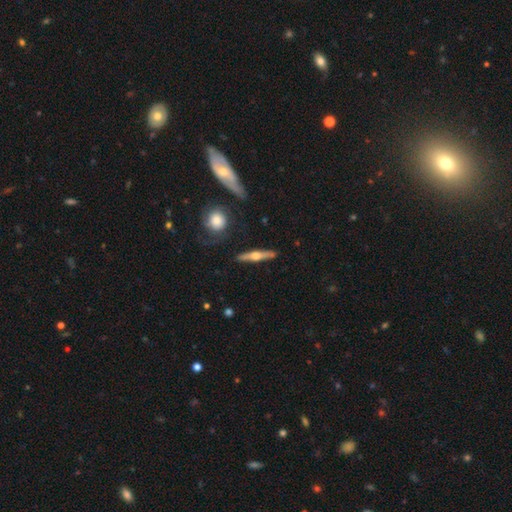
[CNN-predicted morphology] Smooth or featured? featured or disk (70%)
Edge-on disk? yes (96%)
Edge-on bulge? rounded (95%)
Merging? none (88%)